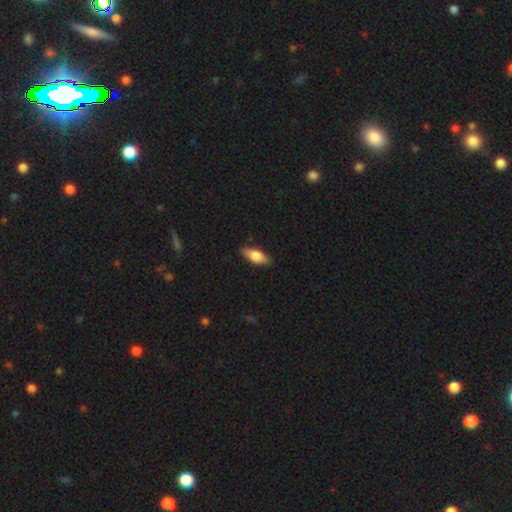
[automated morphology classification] Smooth or featured? smooth (76%)
How rounded? in between (80%)
Merging? none (85%)